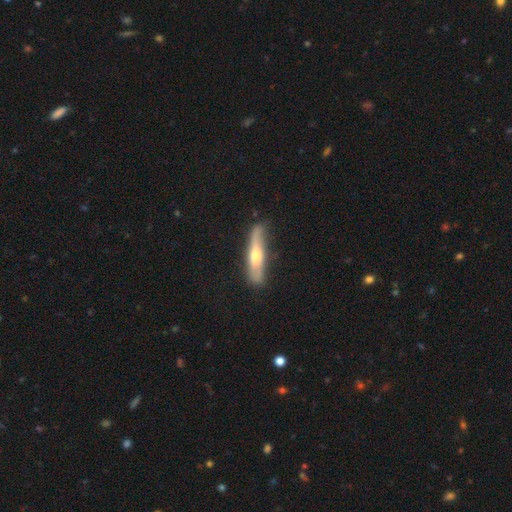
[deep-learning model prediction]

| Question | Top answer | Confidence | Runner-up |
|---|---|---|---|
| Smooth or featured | featured or disk | 54% | smooth (40%) |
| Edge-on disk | yes | 83% | no (17%) |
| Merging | none | 75% | minor disturbance (19%) |